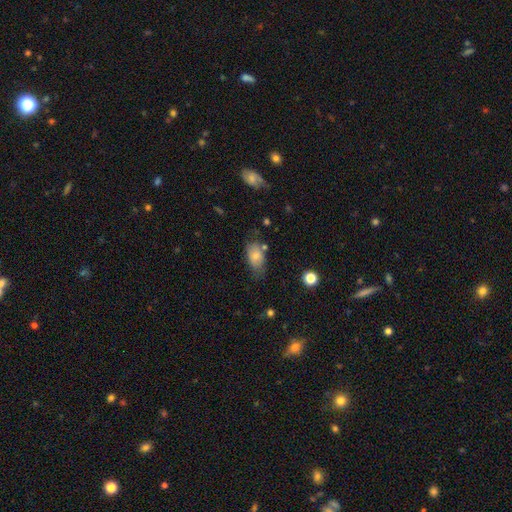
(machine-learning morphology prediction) A smooth galaxy with no disk features (74%) that is in between round and cigar-shaped (88%).

Vote fractions:
- Smooth or featured? smooth: 74% / featured or disk: 17% / star or artifact: 9%
- How rounded? in between: 88% / round: 10% / cigar-shaped: 2%
- Merging? none: 54% / minor disturbance: 30% / major disturbance: 10% / merger: 6%